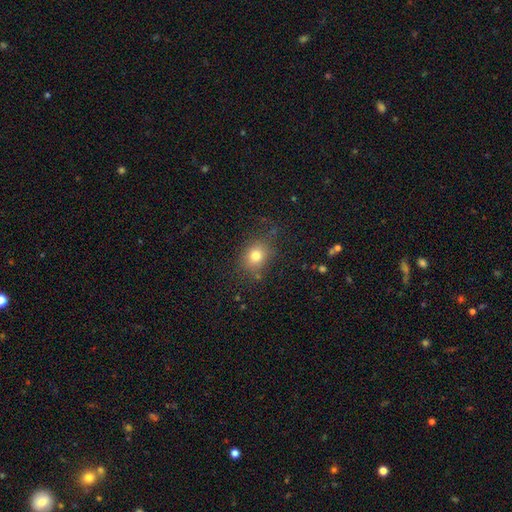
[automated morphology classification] The model was most divided on "how rounded": round: 59%, in between: 40%, cigar-shaped: 1%. More confident: smooth or featured — smooth (78%); merging — none (76%).